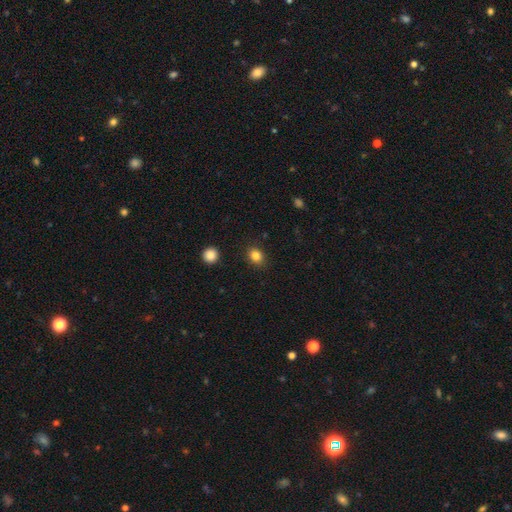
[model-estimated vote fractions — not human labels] Smooth or featured? Predicted: smooth (p=0.84). How rounded? Predicted: round (p=0.62). Merging? Predicted: none (p=0.89).